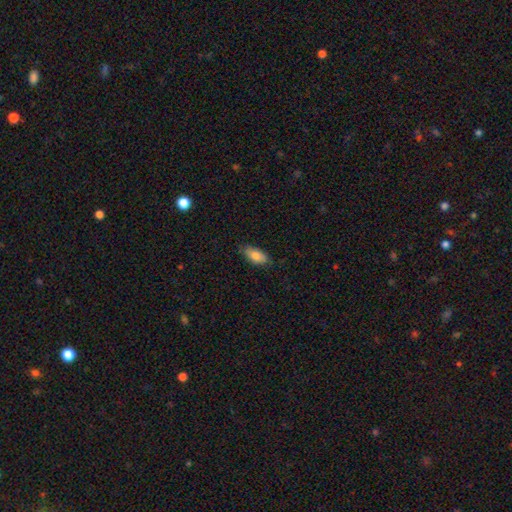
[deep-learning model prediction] Overall: smooth (82%). How rounded: in between (88%). Merging: none (79%).